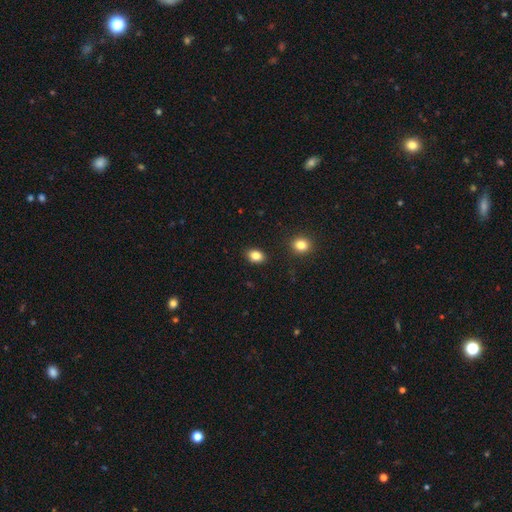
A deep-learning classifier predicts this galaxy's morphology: This is clearly a smooth galaxy (85%). How rounded: likely in between (73%). Merging: clearly none (88%).